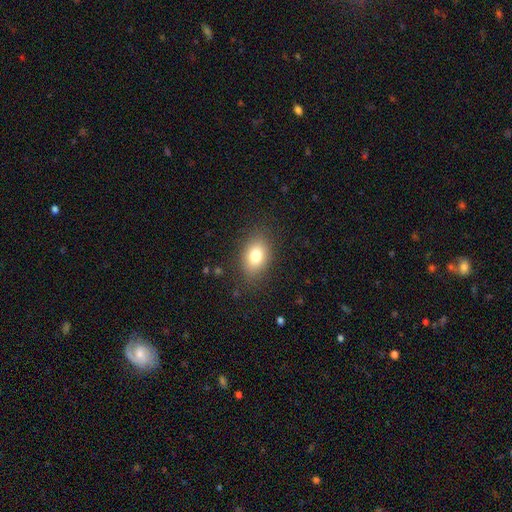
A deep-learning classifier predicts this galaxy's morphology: type=smooth (78%); roundness=in between (77%); merging=none (84%).